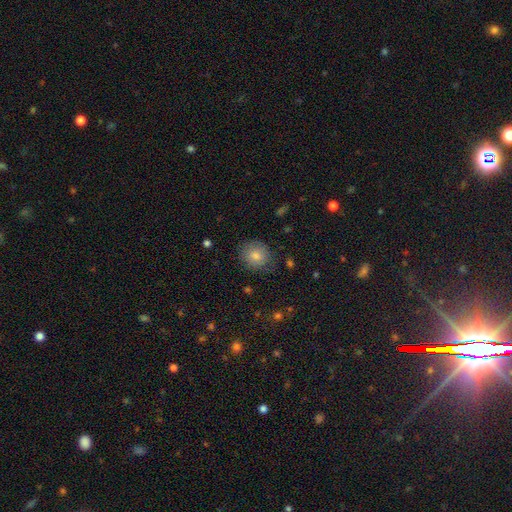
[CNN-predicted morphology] The model was most divided on "how rounded": round: 78%, in between: 21%, cigar-shaped: 1%. More confident: merging — none (81%); smooth or featured — smooth (74%).